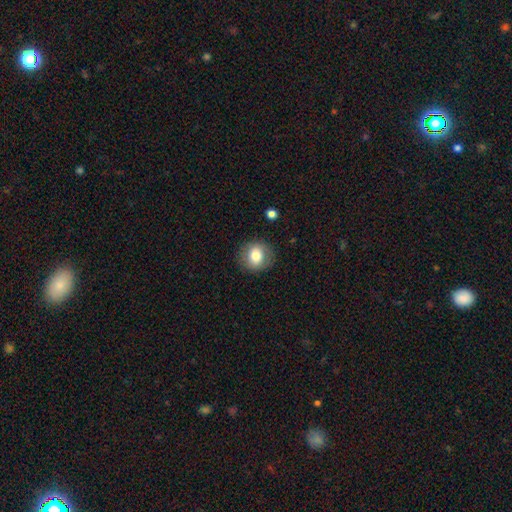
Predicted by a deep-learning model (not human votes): Overall: smooth (76%). How rounded: round (83%). Merging: none (86%).